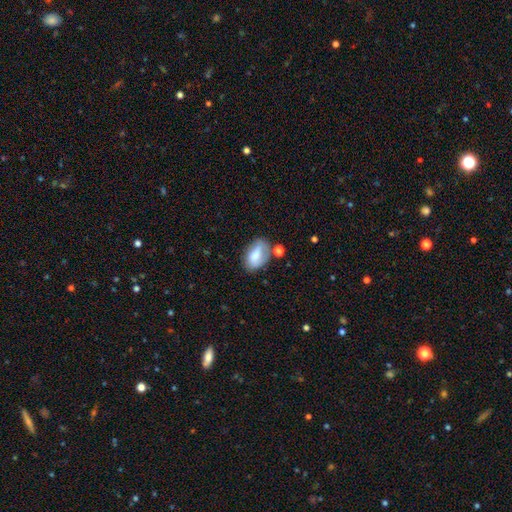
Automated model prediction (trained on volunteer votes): A smooth galaxy with no disk features (71%) that is in between round and cigar-shaped (89%).

Vote fractions:
- Smooth or featured? smooth: 71% / featured or disk: 21% / star or artifact: 8%
- How rounded? in between: 89% / round: 9% / cigar-shaped: 2%
- Merging? none: 51% / minor disturbance: 27% / merger: 12% / major disturbance: 10%